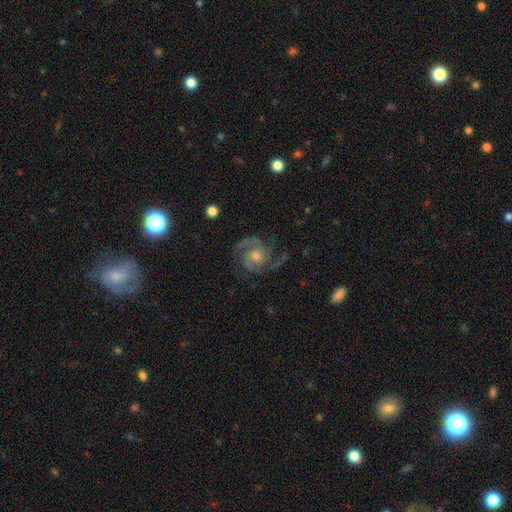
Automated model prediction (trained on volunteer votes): Smooth or featured: featured or disk — 91% (star or artifact — 5%)
Edge-on disk: no — 98% (yes — 2%)
Bar: no — 72% (weak — 23%)
Spiral arms: yes — 98% (no — 2%)
Spiral winding: medium — 47% (tight — 45%)
Spiral arm count: 2 — 51% (3 — 31%)
Bulge size: moderate — 59% (small — 34%)
Merging: none — 78% (minor disturbance — 14%)